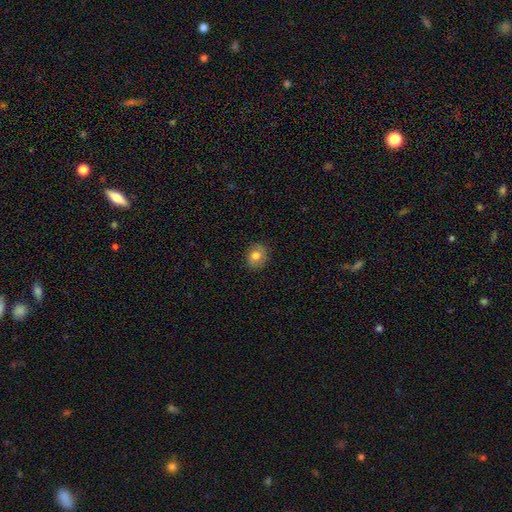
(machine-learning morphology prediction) Smooth or featured? Predicted: smooth (p=0.75). How rounded? Predicted: round (p=0.60). Merging? Predicted: none (p=0.83).